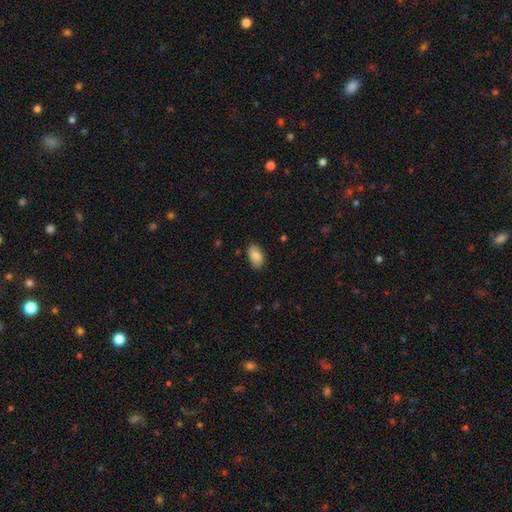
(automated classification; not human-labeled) This is clearly a smooth galaxy (87%). How rounded: clearly in between (94%). Merging: clearly none (83%).